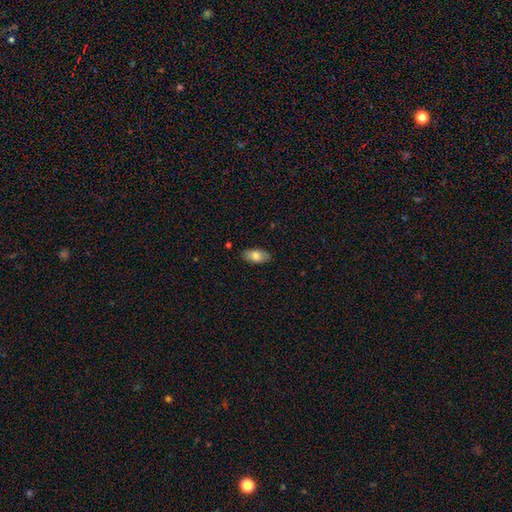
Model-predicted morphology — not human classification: A smooth galaxy with no disk features (79%) that is in between round and cigar-shaped (92%). Merging: none (85%).